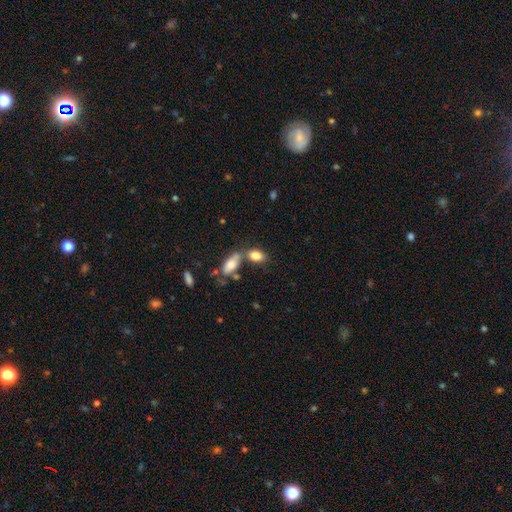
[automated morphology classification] Overall: smooth (82%). How rounded: in between (87%). Merging: none (45%; merger 39%).